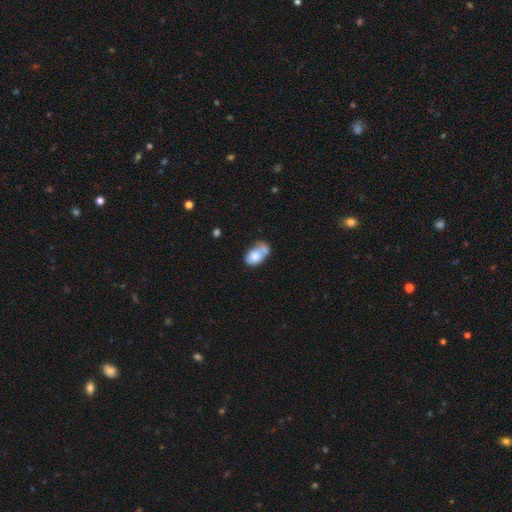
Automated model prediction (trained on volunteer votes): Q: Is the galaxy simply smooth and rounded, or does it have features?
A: smooth — 74%.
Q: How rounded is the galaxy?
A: in between — 85%.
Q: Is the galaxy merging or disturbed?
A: merger — 46%.